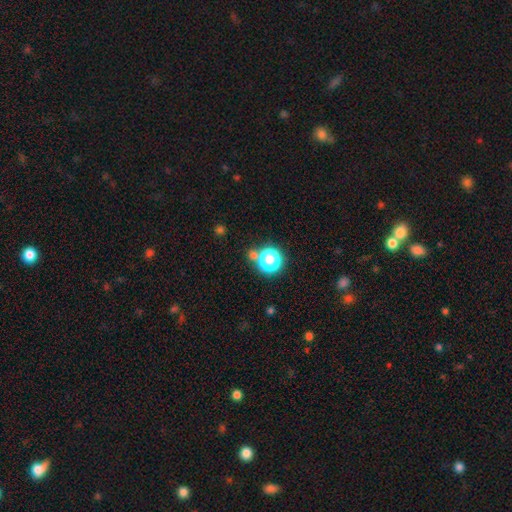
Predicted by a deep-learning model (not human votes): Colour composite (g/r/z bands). It shows a star or artifact, not a galaxy (50%).